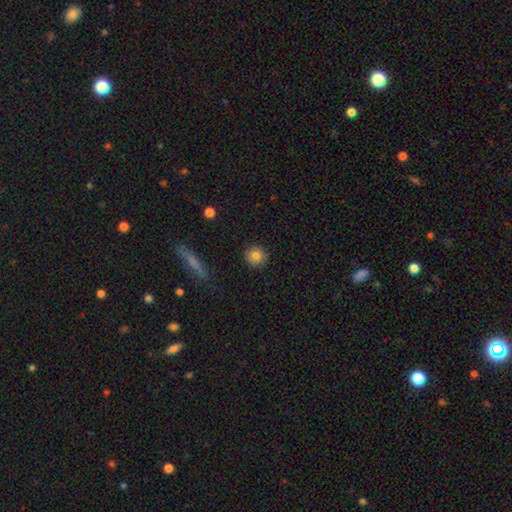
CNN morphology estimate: A smooth galaxy with no disk features (82%) that is round (92%). Merging: none (89%).